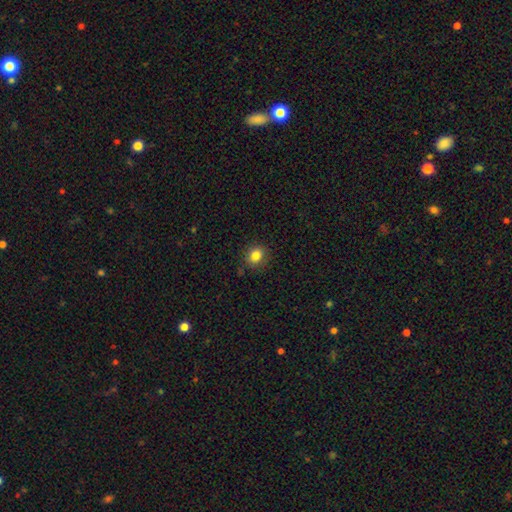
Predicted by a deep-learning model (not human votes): This appears to be a smooth galaxy with no disk features (84%) that is round (65%). Merging: none (84%).